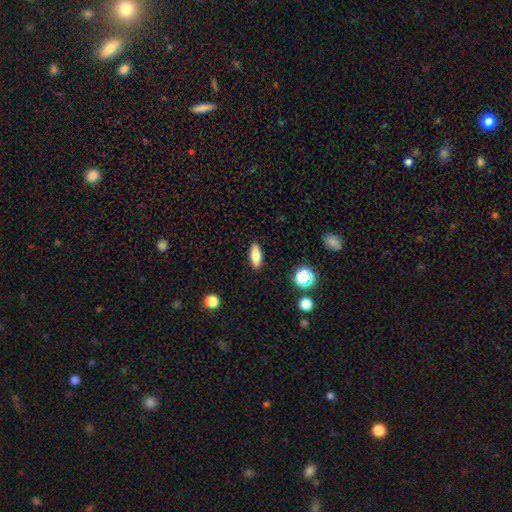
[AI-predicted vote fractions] A smooth galaxy with no disk features (73%) that is in between round and cigar-shaped (70%). Merging: none (89%).